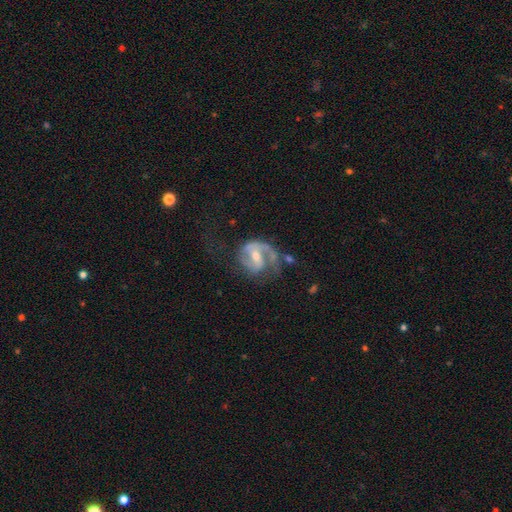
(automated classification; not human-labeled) Smooth or featured? featured or disk (81%)
Edge-on disk? no (97%)
Bar? weak (47%)
Spiral arms? yes (91%)
Spiral winding? medium (47%)
Spiral arm count? 2 (52%)
Bulge size? moderate (52%)
Merging? none (43%)